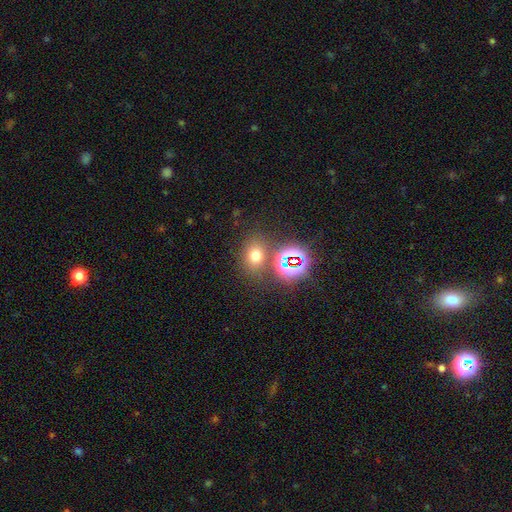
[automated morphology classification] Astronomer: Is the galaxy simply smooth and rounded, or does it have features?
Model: smooth — 61%.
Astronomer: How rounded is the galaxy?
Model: in between — 49%, tied with round at 49%.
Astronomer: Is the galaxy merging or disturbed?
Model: none — 73%.